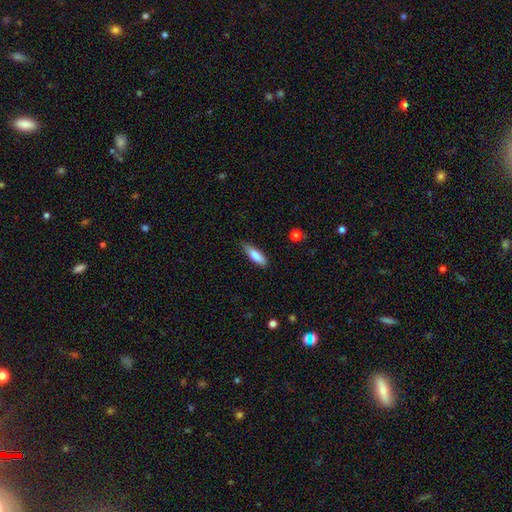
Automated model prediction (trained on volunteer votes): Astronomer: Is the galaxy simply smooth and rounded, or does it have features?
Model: smooth — 82%.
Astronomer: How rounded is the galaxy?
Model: in between — 50% (runner-up: cigar-shaped, 49%).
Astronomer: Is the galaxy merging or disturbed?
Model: none — 71%.